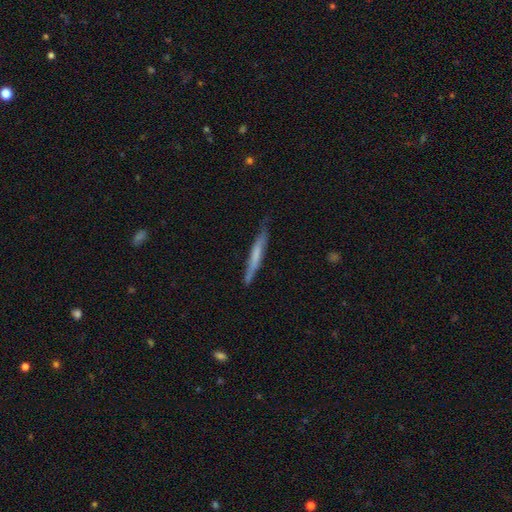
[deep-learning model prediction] smooth-or-featured: smooth: 53% | featured or disk: 41% | star or artifact: 6%
  how-rounded: cigar-shaped: 95% | in between: 3% | round: 1%
  merging: none: 76% | minor disturbance: 19% | major disturbance: 3% | merger: 2%